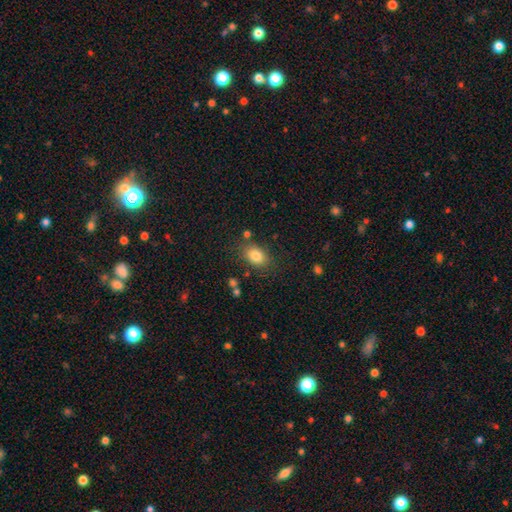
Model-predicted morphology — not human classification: A smooth galaxy with no disk features (82%) that is in between round and cigar-shaped (76%). Merging: none (77%).